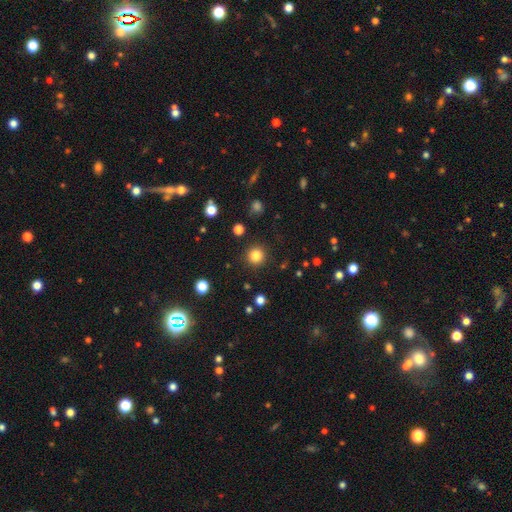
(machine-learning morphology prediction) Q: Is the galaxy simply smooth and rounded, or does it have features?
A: smooth — 84%.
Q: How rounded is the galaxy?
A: round — 95%.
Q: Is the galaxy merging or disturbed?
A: none — 91%.